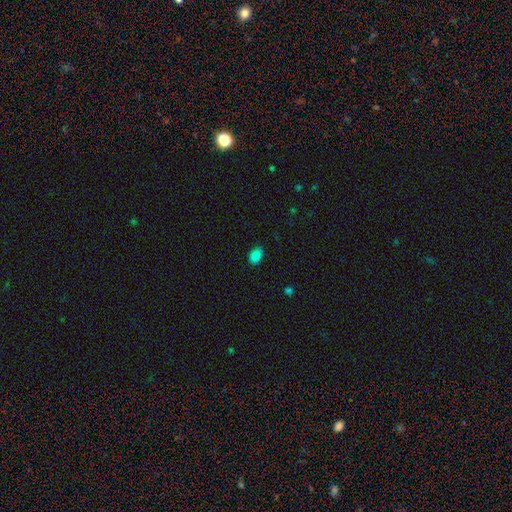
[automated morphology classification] A smooth galaxy with no disk features (85%) that is in between round and cigar-shaped (85%).

Vote fractions:
- Smooth or featured? smooth: 85% / star or artifact: 11% / featured or disk: 4%
- How rounded? in between: 85% / round: 14% / cigar-shaped: 1%
- Merging? none: 85% / minor disturbance: 11% / major disturbance: 2% / merger: 1%